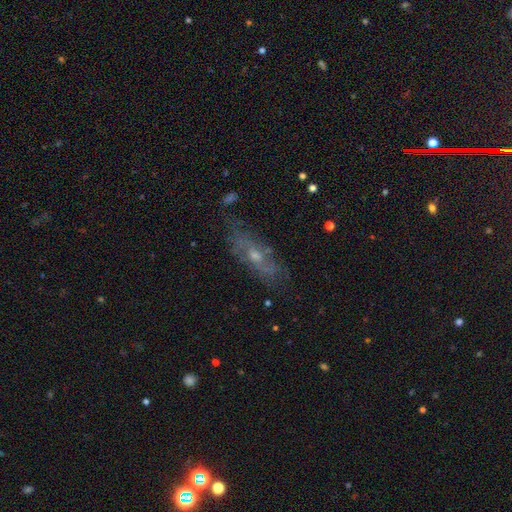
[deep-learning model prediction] This is likely a featured or disk galaxy (62%). It is likely not viewed edge-on (70%). Merging: likely none (68%).